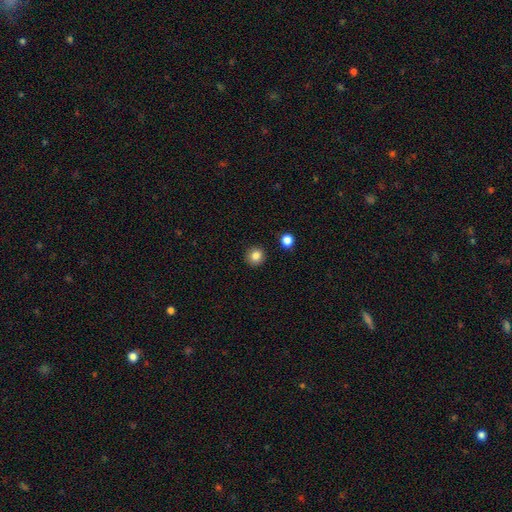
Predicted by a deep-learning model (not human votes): A smooth galaxy with no disk features (84%) that is round (92%). Merging: none (91%).